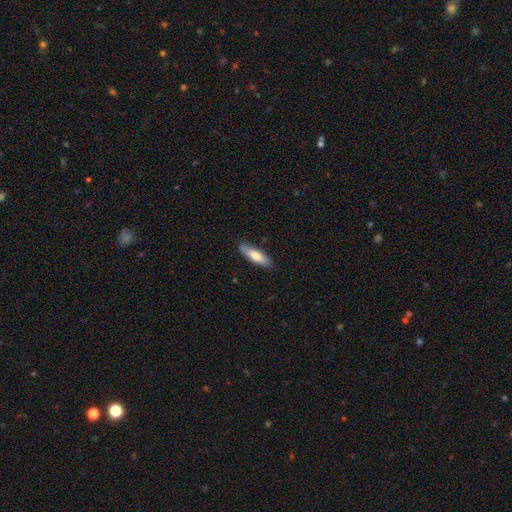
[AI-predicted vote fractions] This appears to be a smooth galaxy with no disk features (72%) that is cigar-shaped (59%). Merging: none (84%).